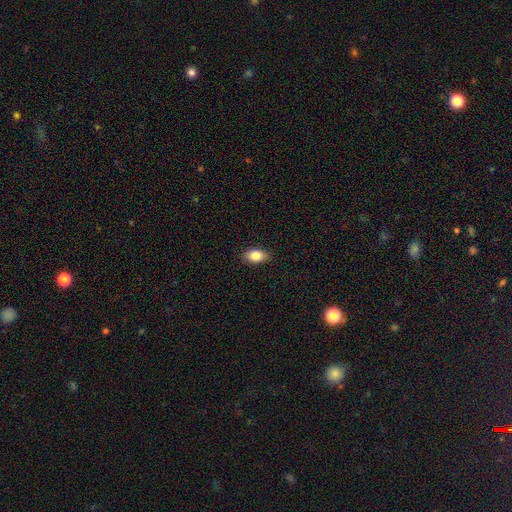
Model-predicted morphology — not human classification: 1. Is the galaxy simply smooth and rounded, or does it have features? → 84% smooth, 8% featured or disk, 8% star or artifact.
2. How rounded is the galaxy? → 87% in between, 11% round, 3% cigar-shaped.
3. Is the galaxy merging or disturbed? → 86% none, 11% minor disturbance, 2% major disturbance, 1% merger.